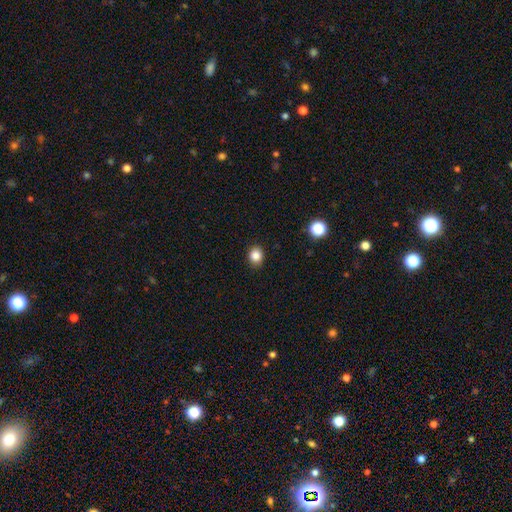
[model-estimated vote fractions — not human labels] smooth_or_featured: smooth (p=0.84) [alt: star or artifact p=0.11]
how_rounded: round (p=0.66) [alt: in between p=0.33]
merging: none (p=0.90) [alt: minor disturbance p=0.07]